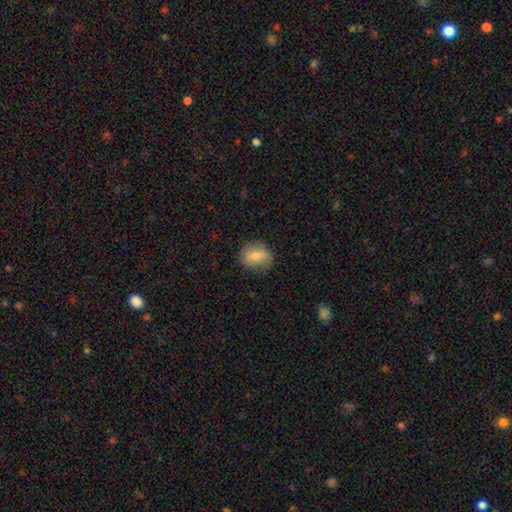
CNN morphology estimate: smooth-or-featured: smooth: 68% | featured or disk: 24% | star or artifact: 9%
  how-rounded: round: 61% | in between: 38% | cigar-shaped: 1%
  merging: none: 79% | minor disturbance: 16% | major disturbance: 4% | merger: 1%